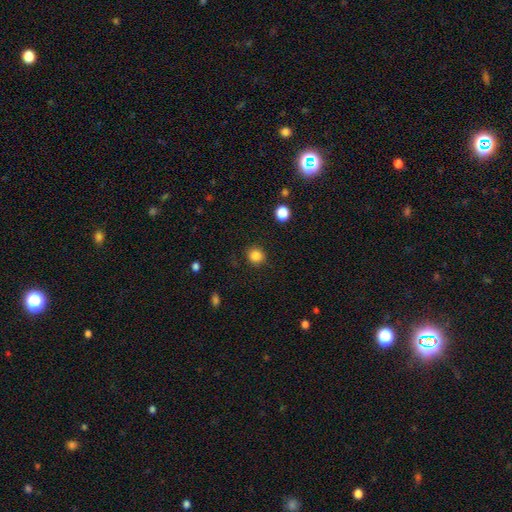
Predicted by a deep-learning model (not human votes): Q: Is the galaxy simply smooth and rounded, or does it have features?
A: smooth — 86%.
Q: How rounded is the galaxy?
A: round — 87%.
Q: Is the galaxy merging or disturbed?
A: none — 88%.